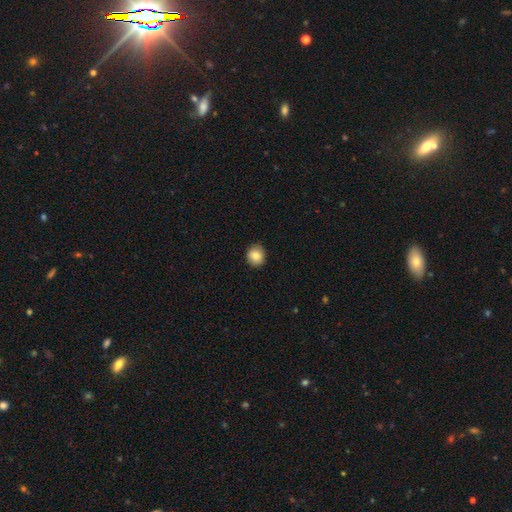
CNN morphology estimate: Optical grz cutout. It shows a smooth galaxy with no disk features (84%) that is round (88%). Merging: none (90%).